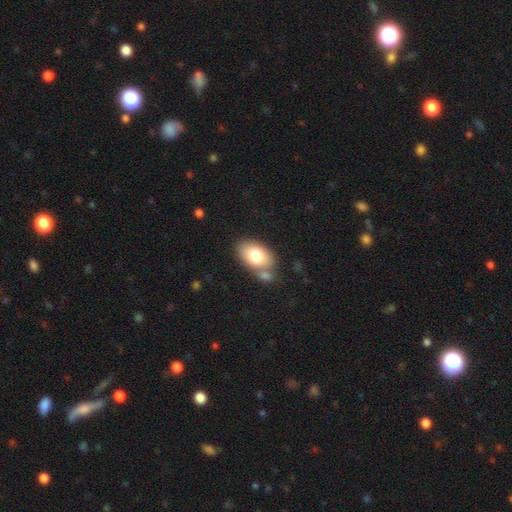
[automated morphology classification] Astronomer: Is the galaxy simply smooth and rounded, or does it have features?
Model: smooth — 76%.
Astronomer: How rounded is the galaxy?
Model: in between — 89%.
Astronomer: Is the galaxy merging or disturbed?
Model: none — 59%.